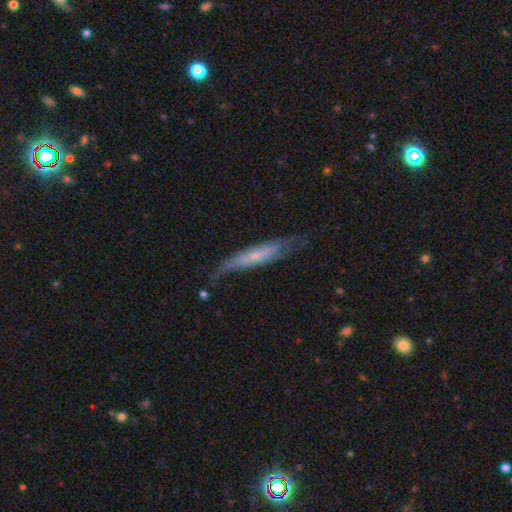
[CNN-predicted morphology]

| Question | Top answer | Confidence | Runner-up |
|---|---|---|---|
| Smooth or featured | featured or disk | 59% | smooth (34%) |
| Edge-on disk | yes | 55% | no (45%) |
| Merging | none | 56% | minor disturbance (28%) |